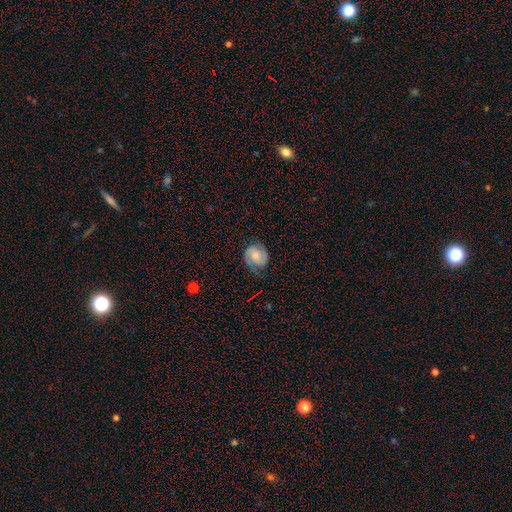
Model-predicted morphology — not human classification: This appears to be a featured or disk galaxy (53%) with no bar (61%), spiral arms (88%) and a moderate central bulge (45%). Merging: none (70%).